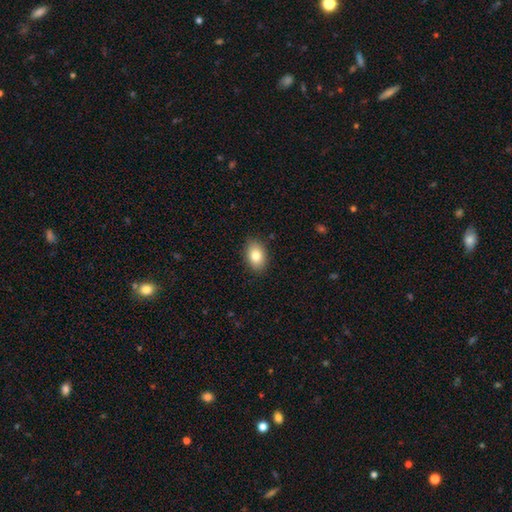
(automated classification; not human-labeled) A smooth galaxy with no disk features (83%) that is in between round and cigar-shaped (86%).

Vote fractions:
- Smooth or featured? smooth: 83% / featured or disk: 9% / star or artifact: 8%
- How rounded? in between: 86% / round: 13% / cigar-shaped: 1%
- Merging? none: 88% / minor disturbance: 9% / major disturbance: 2% / merger: 1%